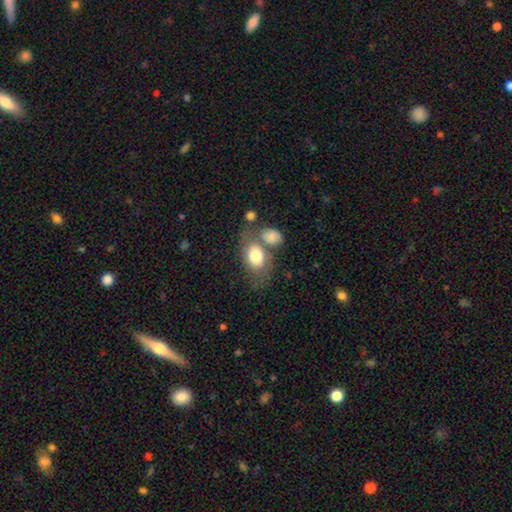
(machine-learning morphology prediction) Q: Smooth or featured?
A: smooth (76%); runner-up: featured or disk (18%)
Q: How rounded?
A: in between (84%); runner-up: round (14%)
Q: Merging?
A: none (43%); runner-up: merger (28%)